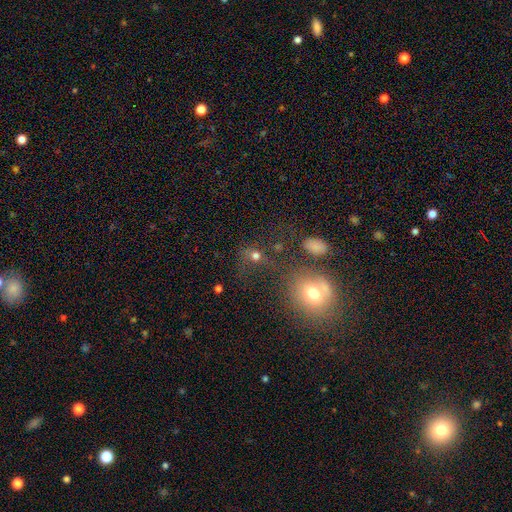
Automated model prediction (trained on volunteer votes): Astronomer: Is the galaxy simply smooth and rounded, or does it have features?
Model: smooth — 62%.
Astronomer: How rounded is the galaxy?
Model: round — 73%.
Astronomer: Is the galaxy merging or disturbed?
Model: none — 49%.